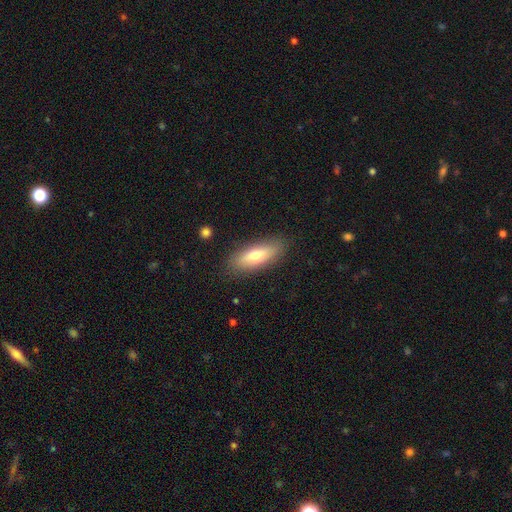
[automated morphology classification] This appears to be a smooth galaxy with no disk features (67%) that is in between round and cigar-shaped (60%). Merging: none (86%).